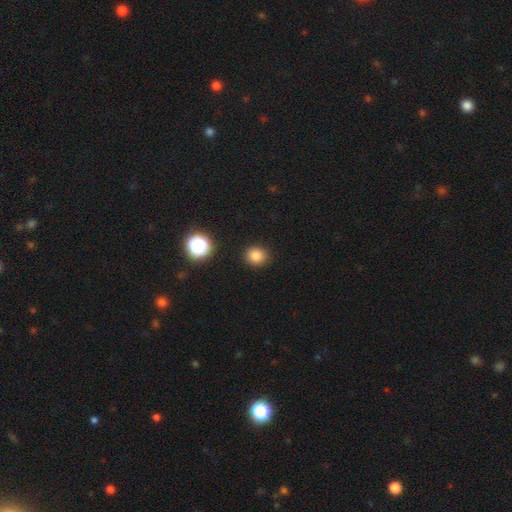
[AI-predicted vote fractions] smooth 83%, star or artifact 13%, featured or disk 4%. Down the decision tree: how rounded — round (81%); merging — none (89%).